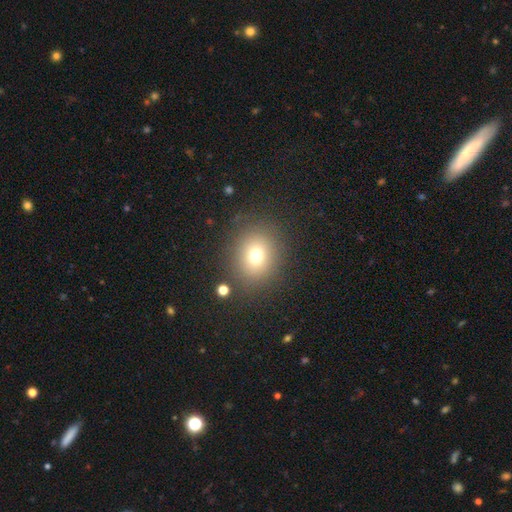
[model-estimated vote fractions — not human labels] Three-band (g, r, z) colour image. It shows a smooth galaxy with no disk features (72%) that is round (71%). Merging: none (83%).